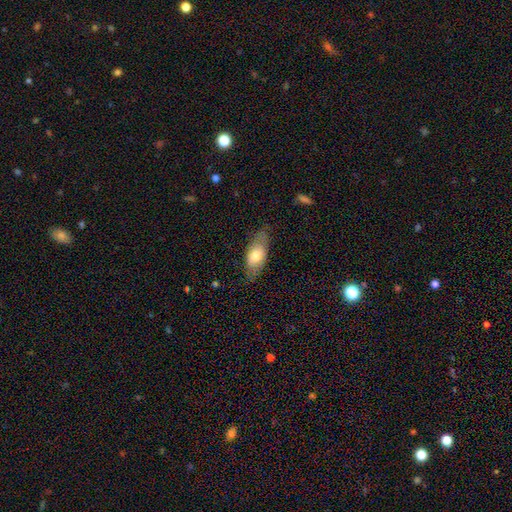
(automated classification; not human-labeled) Smooth or featured?
  - smooth: 65% *
  - featured or disk: 29%
  - star or artifact: 6%
How rounded?
  - in between: 84% *
  - cigar-shaped: 12%
  - round: 4%
Merging?
  - none: 72% *
  - minor disturbance: 21%
  - major disturbance: 5%
  - merger: 1%